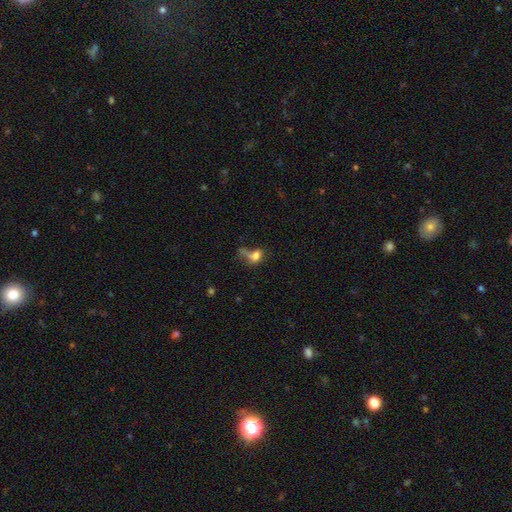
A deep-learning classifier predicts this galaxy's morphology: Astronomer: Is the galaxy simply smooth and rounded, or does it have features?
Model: smooth — 69%.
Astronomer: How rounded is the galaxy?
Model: in between — 66%.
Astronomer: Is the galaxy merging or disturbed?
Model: major disturbance — 29% (runner-up: merger, 28%).